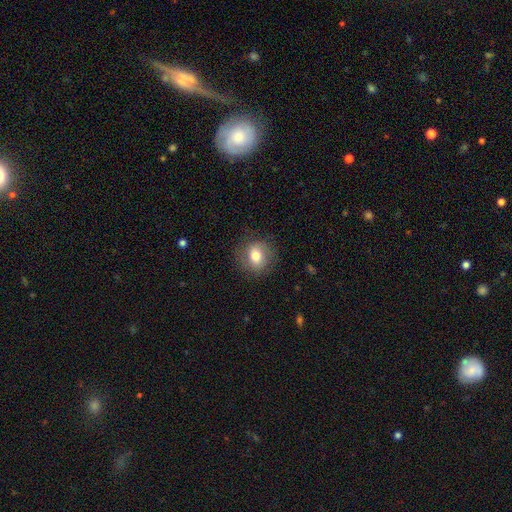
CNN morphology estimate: This is likely a smooth galaxy (73%). How rounded: likely round (71%). Merging: clearly none (82%).